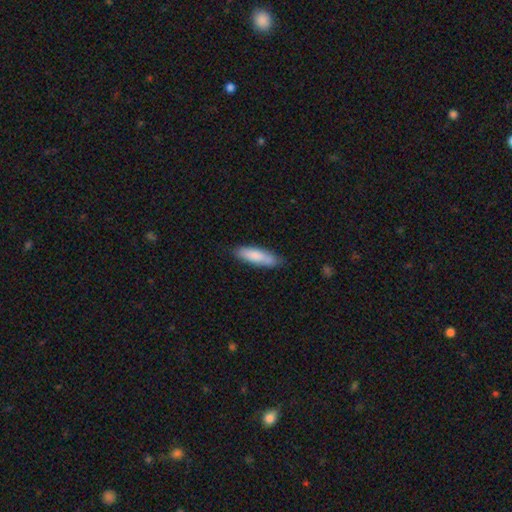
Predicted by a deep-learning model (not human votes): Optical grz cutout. It shows a smooth galaxy with no disk features (84%) that is cigar-shaped (55%). Merging: none (77%).